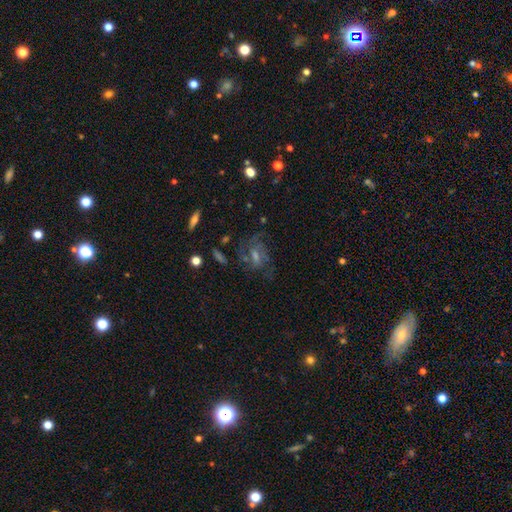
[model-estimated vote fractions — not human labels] A featured or disk galaxy (62%) with a weak bar (47%), spiral arms (84%) and a small central bulge (40%, tied with moderate).

Vote fractions:
- Smooth or featured? featured or disk: 62% / star or artifact: 20% / smooth: 17%
- Edge-on disk? no: 94% / yes: 6%
- Bar? weak: 47% / no: 38% / strong: 15%
- Spiral arms? yes: 84% / no: 16%
- Bulge size? small: 40% (tied) / moderate: 40% (tied) / none: 12% / large: 6% / dominant: 2%
- Merging? none: 66% / minor disturbance: 16% / major disturbance: 14% / merger: 4%